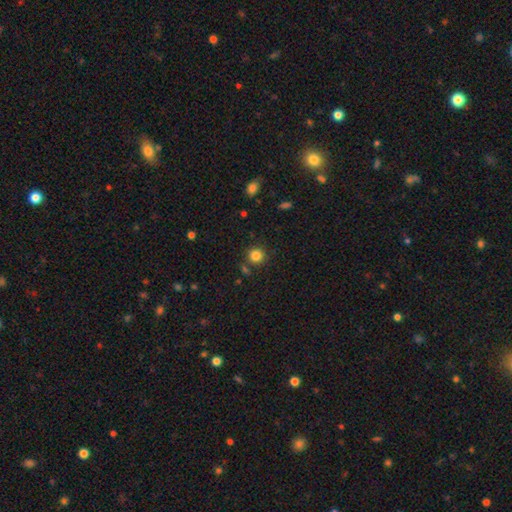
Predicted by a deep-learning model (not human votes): Smooth or featured? Predicted: smooth (p=0.83). How rounded? Predicted: round (p=0.92). Merging? Predicted: none (p=0.84).